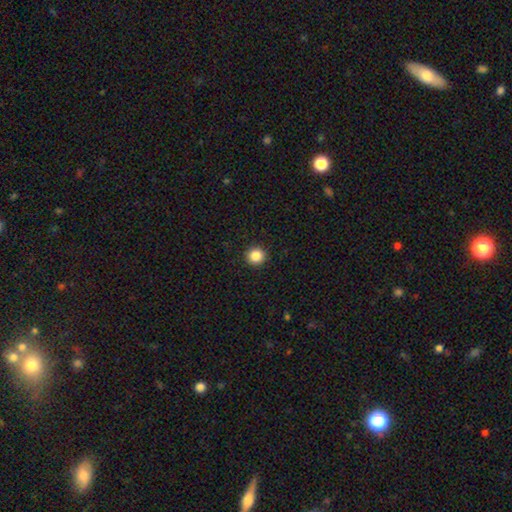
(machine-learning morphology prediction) A smooth galaxy with no disk features (86%) that is round (94%). Merging: none (93%).